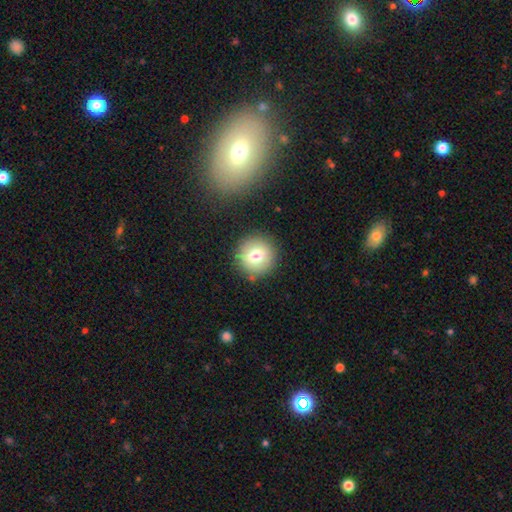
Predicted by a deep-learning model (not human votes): Smooth or featured? smooth (75%)
How rounded? round (94%)
Merging? none (87%)